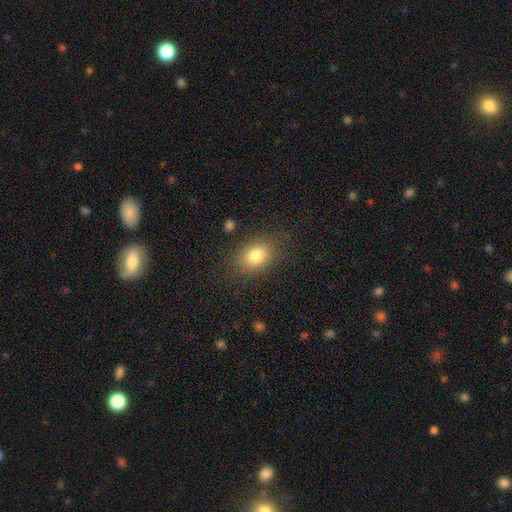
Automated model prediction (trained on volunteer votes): The model was most divided on "how rounded": in between: 69%, round: 29%, cigar-shaped: 1%. More confident: merging — none (83%); smooth or featured — smooth (80%).